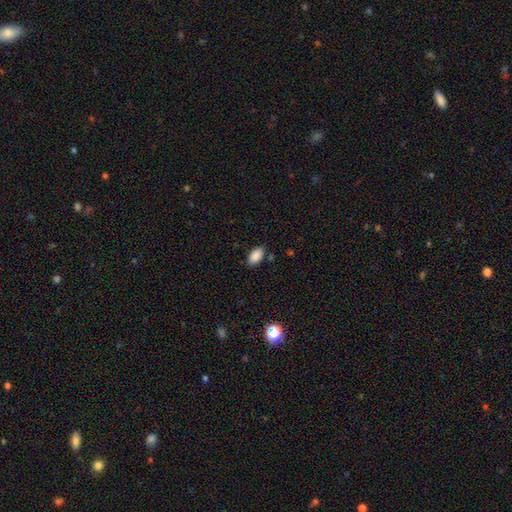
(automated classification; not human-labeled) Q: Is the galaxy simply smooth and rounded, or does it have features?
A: smooth — 89%.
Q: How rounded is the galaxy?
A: in between — 94%.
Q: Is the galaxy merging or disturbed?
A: none — 84%.